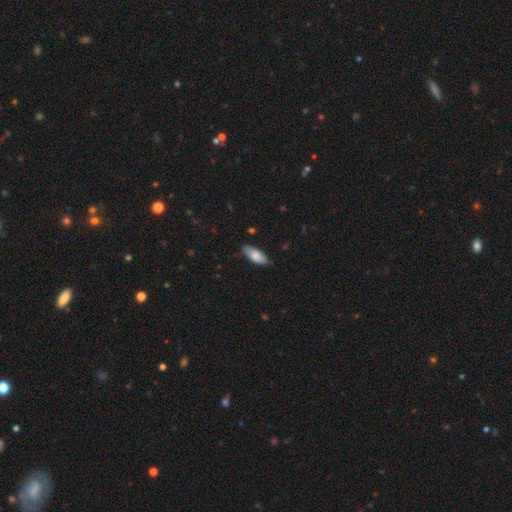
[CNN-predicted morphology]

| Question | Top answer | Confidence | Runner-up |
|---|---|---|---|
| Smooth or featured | smooth | 81% | featured or disk (13%) |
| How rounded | in between | 82% | cigar-shaped (16%) |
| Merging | none | 82% | minor disturbance (15%) |